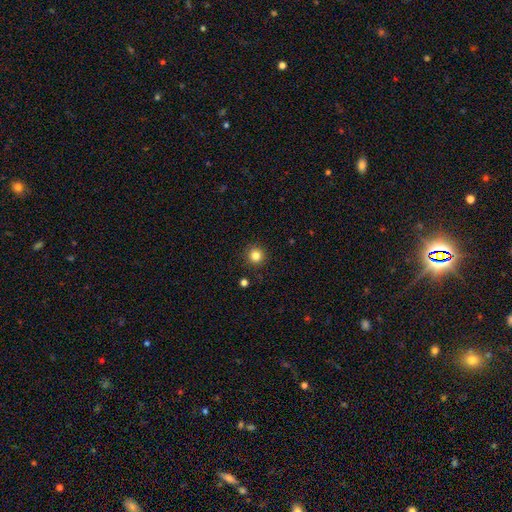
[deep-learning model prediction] Smooth or featured?
  - smooth: 83% *
  - star or artifact: 12%
  - featured or disk: 5%
How rounded?
  - round: 95% *
  - in between: 4%
  - cigar-shaped: 1%
Merging?
  - none: 91% *
  - minor disturbance: 5%
  - major disturbance: 2%
  - merger: 2%